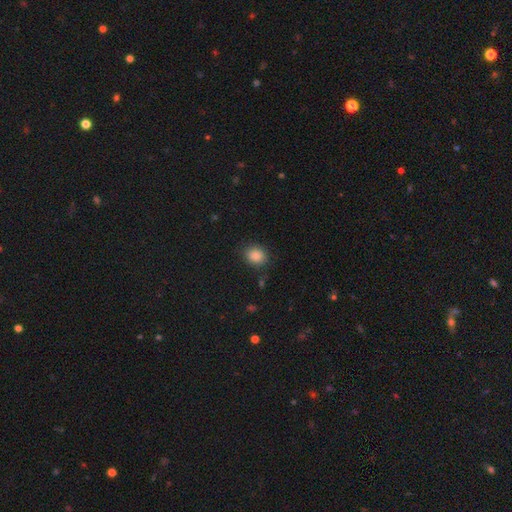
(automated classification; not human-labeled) Overall: smooth (87%). How rounded: round (62%; in between 37%). Merging: none (84%).